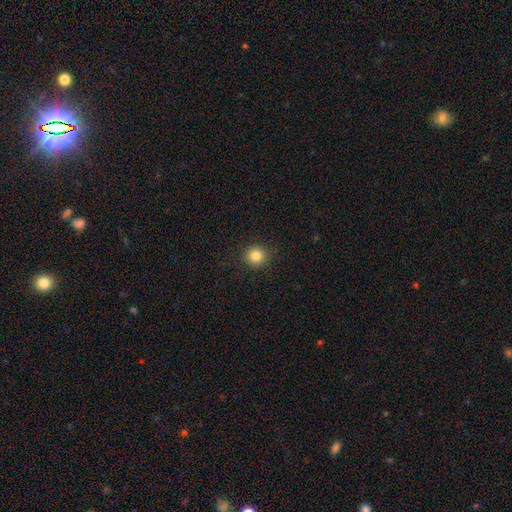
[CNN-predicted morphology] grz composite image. It shows a smooth galaxy with no disk features (84%) that is round (92%). Merging: none (91%).